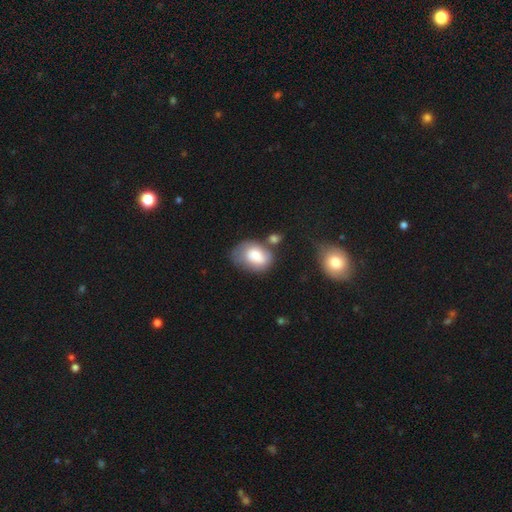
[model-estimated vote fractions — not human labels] Morphology: type=smooth (65%); roundness=in between (74%); merging=none (41%).